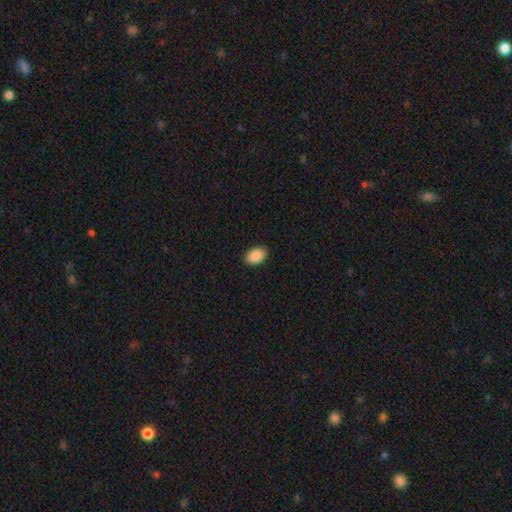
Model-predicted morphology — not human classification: Smooth or featured? Predicted: smooth (p=0.90). How rounded? Predicted: in between (p=0.87). Merging? Predicted: none (p=0.89).